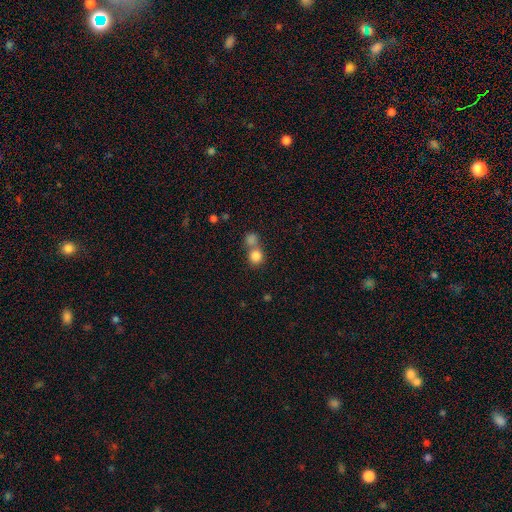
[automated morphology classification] A smooth galaxy with no disk features (82%) that is round (86%).

Vote fractions:
- Smooth or featured? smooth: 82% / star or artifact: 11% / featured or disk: 7%
- How rounded? round: 86% / in between: 13% / cigar-shaped: 1%
- Merging? merger: 47% / none: 44% / minor disturbance: 7% / major disturbance: 3%